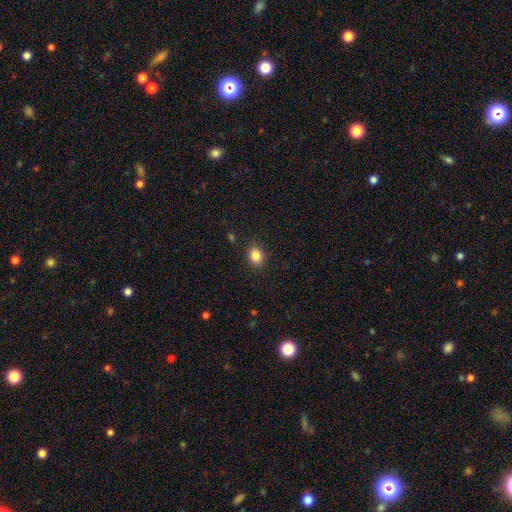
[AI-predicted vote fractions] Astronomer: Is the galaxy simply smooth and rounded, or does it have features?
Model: smooth — 85%.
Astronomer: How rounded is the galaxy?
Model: round — 57% (runner-up: in between, 42%).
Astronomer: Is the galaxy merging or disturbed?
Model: none — 89%.